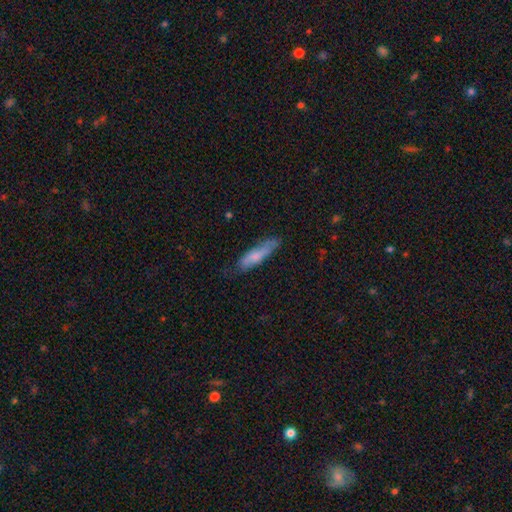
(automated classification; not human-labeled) The model was most divided on "merging": none: 65%, minor disturbance: 26%, major disturbance: 7%, merger: 2%. More confident: how rounded — cigar-shaped (73%); smooth or featured — smooth (70%).